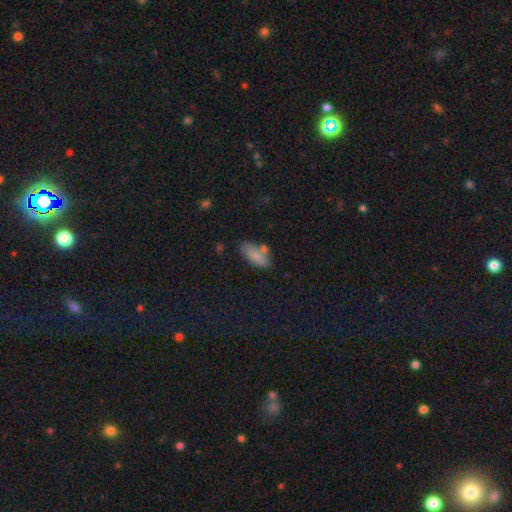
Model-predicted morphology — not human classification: type=smooth (80%); roundness=in between (78%); merging=none (61%).